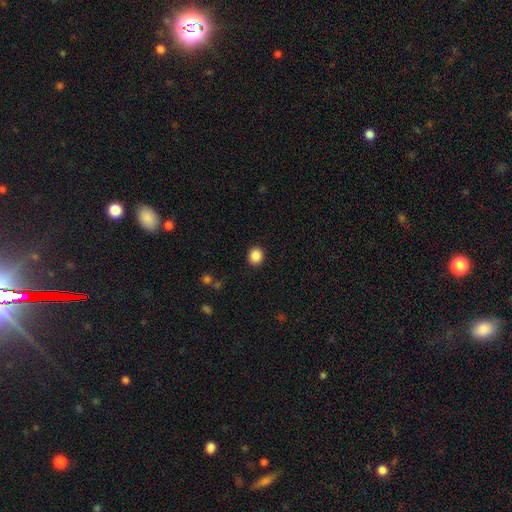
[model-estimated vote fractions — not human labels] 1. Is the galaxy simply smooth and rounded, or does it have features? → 88% smooth, 9% star or artifact, 3% featured or disk.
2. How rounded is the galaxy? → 77% round, 23% in between, 1% cigar-shaped.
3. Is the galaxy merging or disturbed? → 91% none, 6% minor disturbance, 2% major disturbance, 1% merger.